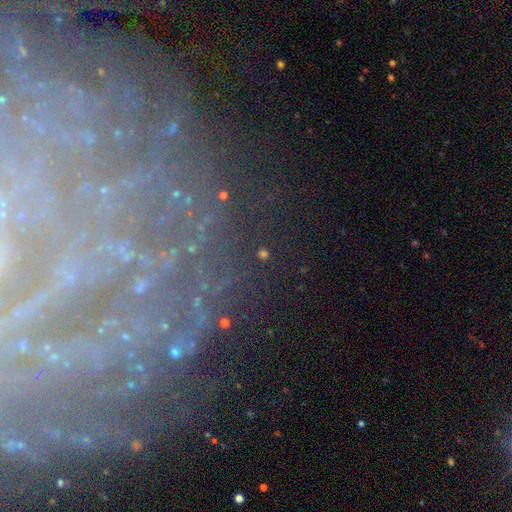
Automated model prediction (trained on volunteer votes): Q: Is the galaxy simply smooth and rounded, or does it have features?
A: featured or disk — 61%.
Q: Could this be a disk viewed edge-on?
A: no — 89%.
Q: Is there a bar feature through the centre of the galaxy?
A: no — 50%.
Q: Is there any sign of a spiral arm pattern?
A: yes — 73%.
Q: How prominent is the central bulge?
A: small — 52%.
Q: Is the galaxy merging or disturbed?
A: none — 76%.